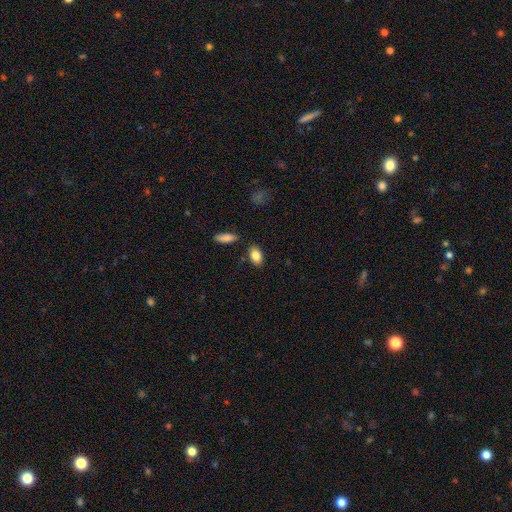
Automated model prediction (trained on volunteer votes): Smooth or featured?
  - smooth: 84% *
  - featured or disk: 8%
  - star or artifact: 7%
How rounded?
  - in between: 90% *
  - round: 8%
  - cigar-shaped: 2%
Merging?
  - none: 83% *
  - minor disturbance: 10%
  - merger: 5%
  - major disturbance: 2%